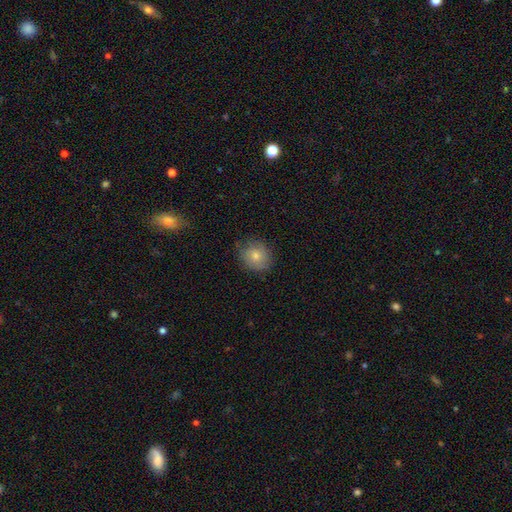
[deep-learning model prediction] Q: Smooth or featured?
A: smooth (64%); runner-up: featured or disk (24%)
Q: How rounded?
A: round (81%); runner-up: in between (17%)
Q: Merging?
A: none (80%); runner-up: minor disturbance (15%)